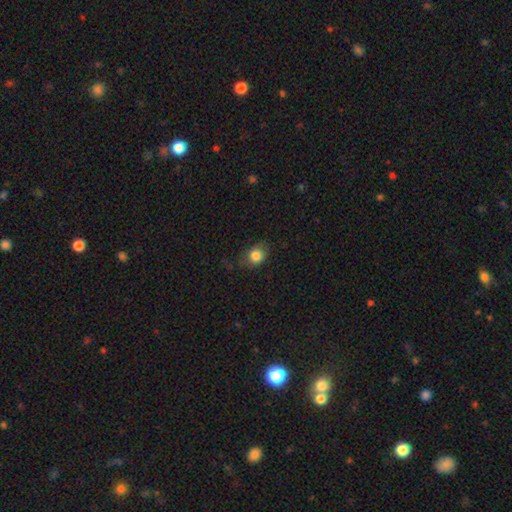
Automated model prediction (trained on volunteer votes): smooth_or_featured: smooth (p=0.82) [alt: star or artifact p=0.09]
how_rounded: round (p=0.49) [tied with: in between p=0.49]
merging: none (p=0.64) [alt: minor disturbance p=0.25]